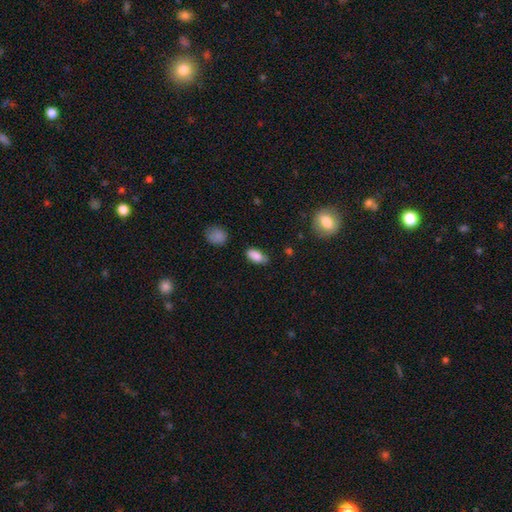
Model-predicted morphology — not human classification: Q: Smooth or featured?
A: smooth (85%); runner-up: star or artifact (8%)
Q: How rounded?
A: in between (90%); runner-up: cigar-shaped (7%)
Q: Merging?
A: none (75%); runner-up: minor disturbance (19%)